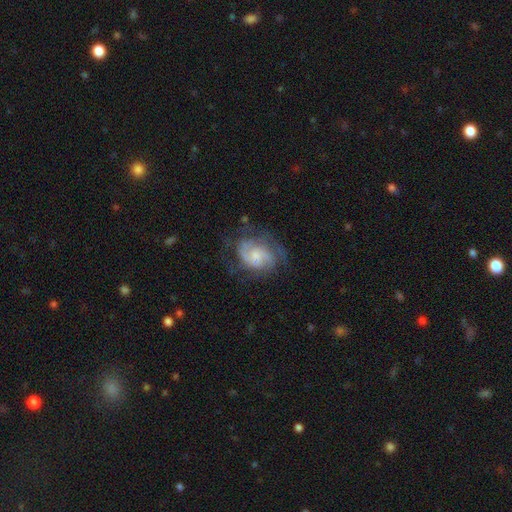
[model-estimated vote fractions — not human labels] This appears to be a featured or disk galaxy (74%) with no bar (51%), 2 (47%) medium (46%) spiral arms (90%) and a small central bulge (47%). Merging: none (57%).